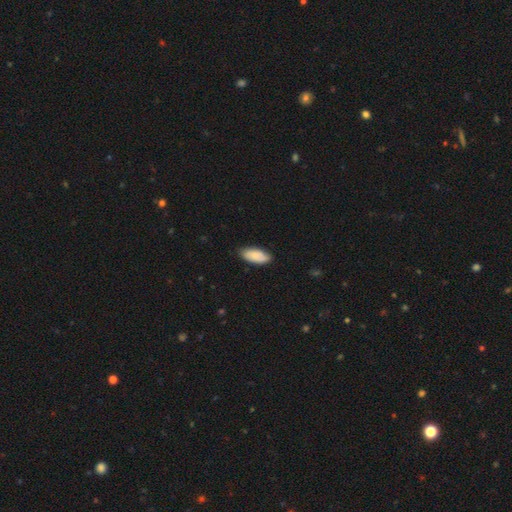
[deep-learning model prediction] Q: Smooth or featured?
A: smooth (80%); runner-up: featured or disk (14%)
Q: How rounded?
A: in between (88%); runner-up: cigar-shaped (10%)
Q: Merging?
A: none (81%); runner-up: minor disturbance (16%)